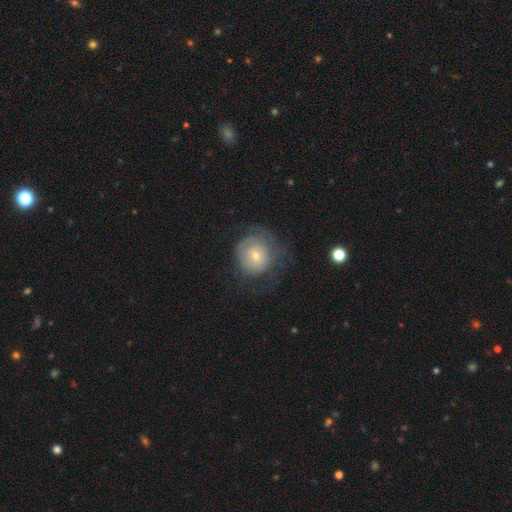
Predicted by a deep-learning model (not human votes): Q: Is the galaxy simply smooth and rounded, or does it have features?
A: featured or disk — 47%.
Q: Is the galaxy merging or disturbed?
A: none — 55%.